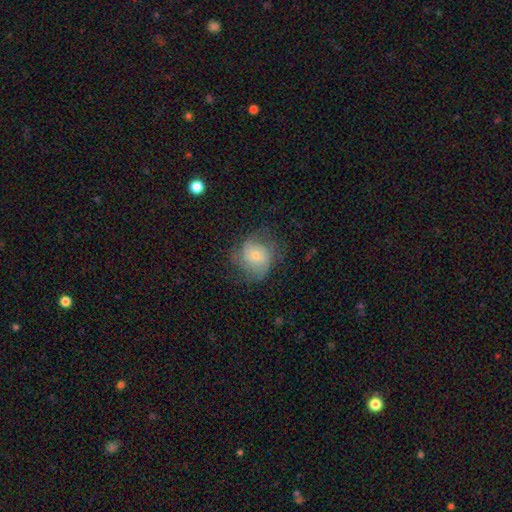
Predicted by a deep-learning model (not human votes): This is possibly a smooth galaxy (49%). Merging: possibly none (52%).